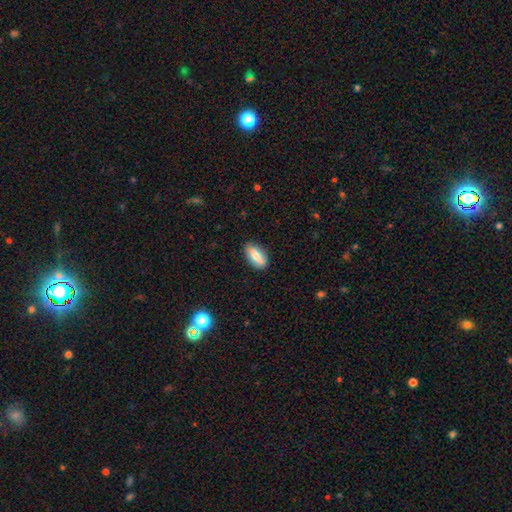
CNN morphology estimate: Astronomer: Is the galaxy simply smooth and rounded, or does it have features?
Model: smooth — 66%.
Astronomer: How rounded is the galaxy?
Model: in between — 80%.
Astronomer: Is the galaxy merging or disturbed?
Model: none — 85%.